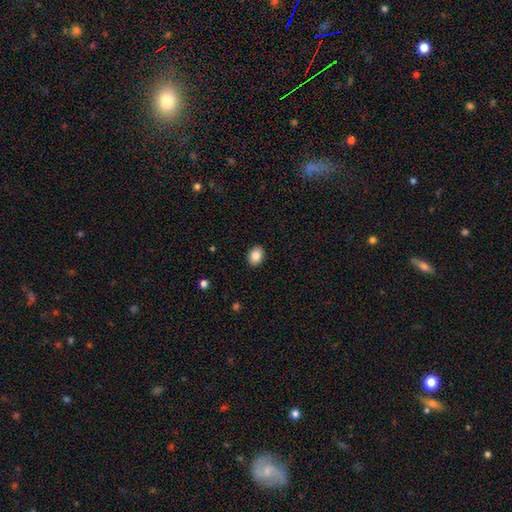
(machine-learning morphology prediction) Q: Smooth or featured?
A: smooth (85%); runner-up: star or artifact (8%)
Q: How rounded?
A: in between (64%); runner-up: round (35%)
Q: Merging?
A: none (91%); runner-up: minor disturbance (7%)